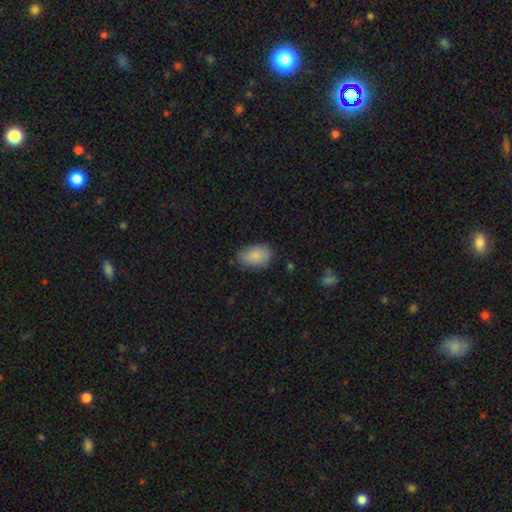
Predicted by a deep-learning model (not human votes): This appears to be a smooth galaxy with no disk features (87%) that is in between round and cigar-shaped (89%). Merging: none (77%).